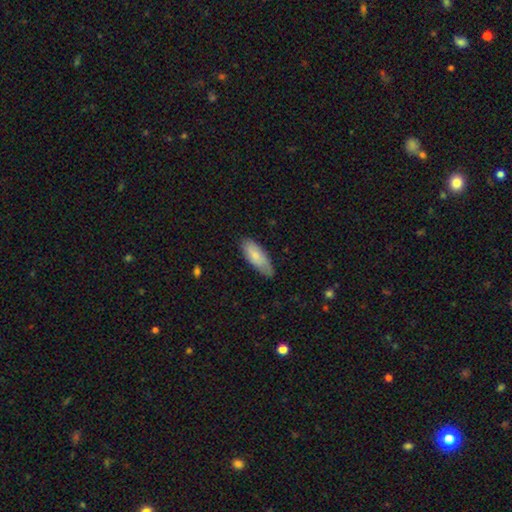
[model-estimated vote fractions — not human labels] Smooth or featured? smooth (77%)
How rounded? in between (75%)
Merging? none (69%)